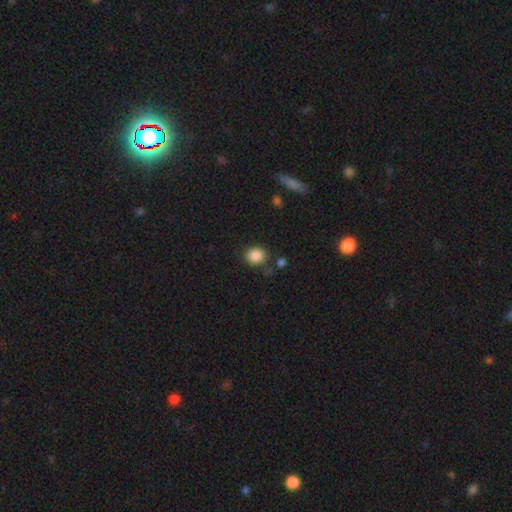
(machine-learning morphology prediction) Smooth or featured?
  - smooth: 87% *
  - star or artifact: 9%
  - featured or disk: 4%
How rounded?
  - round: 70% *
  - in between: 29%
  - cigar-shaped: 1%
Merging?
  - none: 80% *
  - minor disturbance: 11%
  - merger: 5%
  - major disturbance: 4%